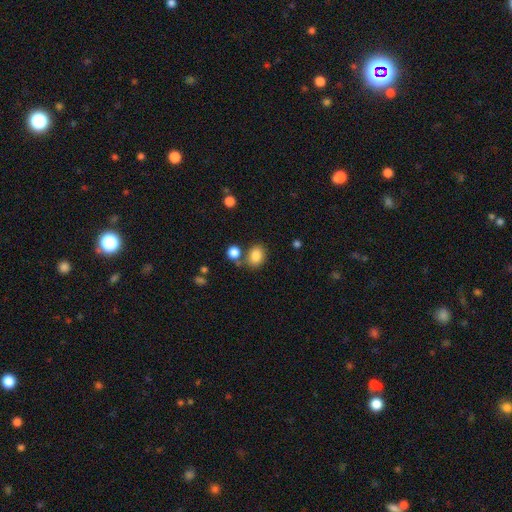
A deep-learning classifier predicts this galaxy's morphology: Smooth or featured? Predicted: smooth (p=0.84). How rounded? Predicted: round (p=0.51). Merging? Predicted: none (p=0.67).